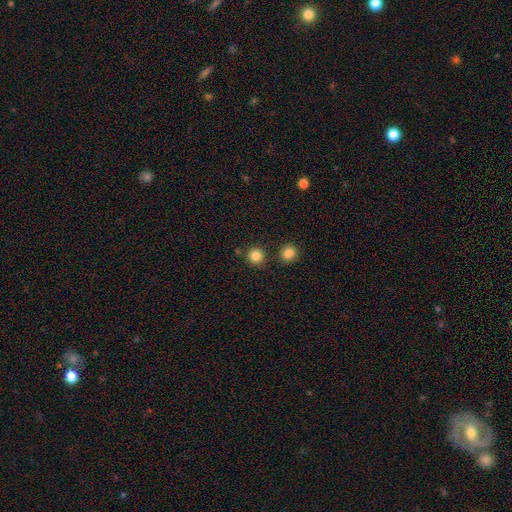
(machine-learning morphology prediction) Overall: smooth (84%). How rounded: round (91%). Merging: none (84%).